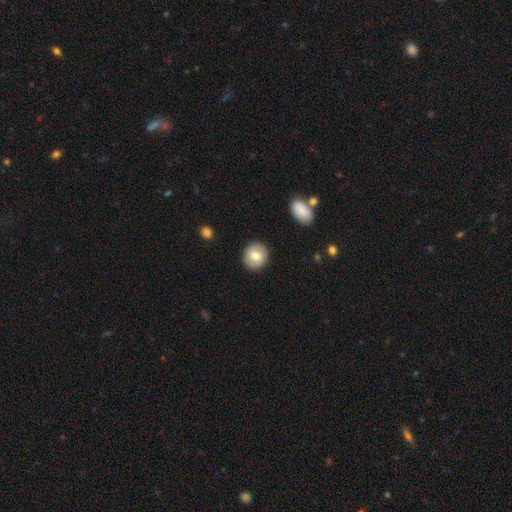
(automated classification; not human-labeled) Smooth or featured?
  - smooth: 74% *
  - featured or disk: 18%
  - star or artifact: 7%
How rounded?
  - round: 83% *
  - in between: 16%
  - cigar-shaped: 1%
Merging?
  - none: 91% *
  - minor disturbance: 6%
  - major disturbance: 2%
  - merger: 1%